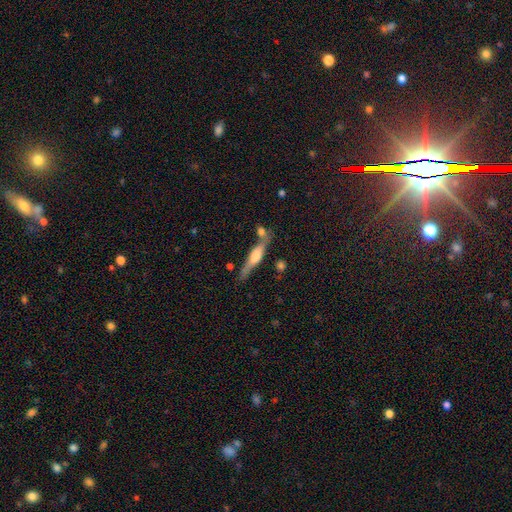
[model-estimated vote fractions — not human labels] This appears to be a featured or disk galaxy (60%) viewed edge-on (94%) with a rounded central bulge (70%). Merging: none (66%).